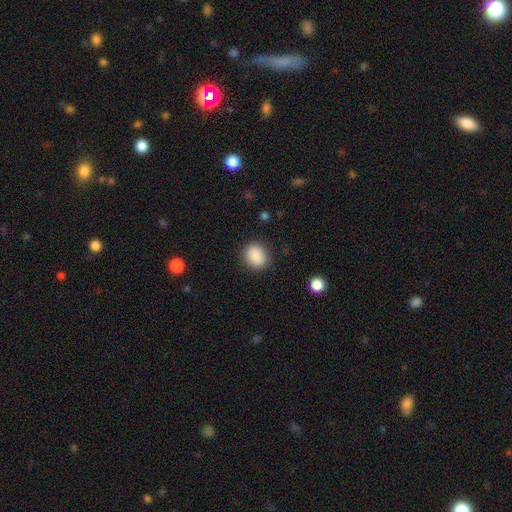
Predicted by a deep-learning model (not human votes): Morphology: type=smooth (88%); roundness=round (66%); merging=none (87%).